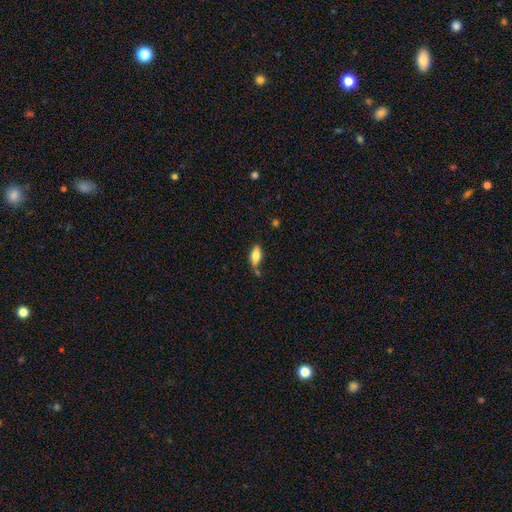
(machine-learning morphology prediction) This appears to be a smooth galaxy with no disk features (72%) that is in between round and cigar-shaped (75%). Merging: none (57%).